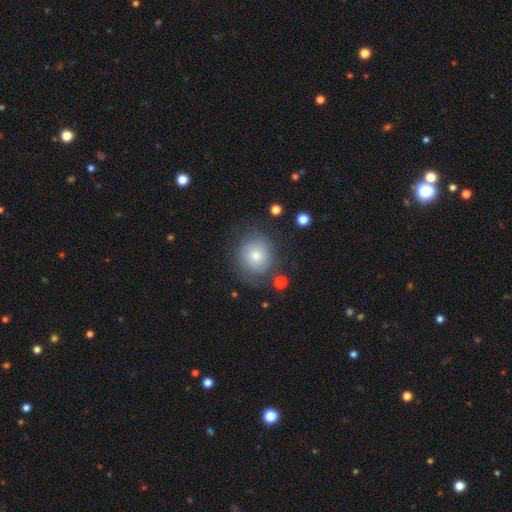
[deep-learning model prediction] A smooth galaxy with no disk features (60%) that is round (86%).

Vote fractions:
- Smooth or featured? smooth: 60% / featured or disk: 28% / star or artifact: 11%
- How rounded? round: 86% / in between: 14% / cigar-shaped: 1%
- Merging? none: 72% / minor disturbance: 17% / major disturbance: 9% / merger: 2%